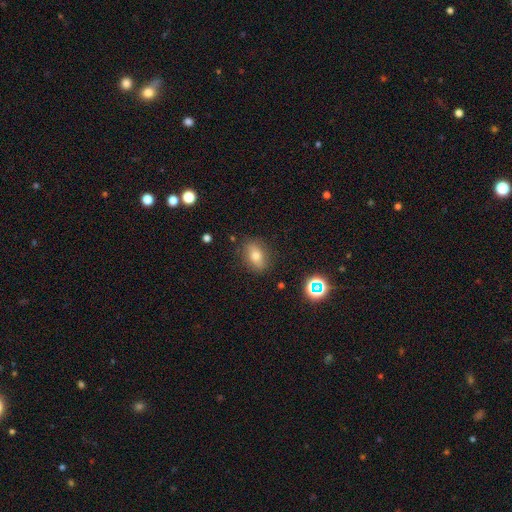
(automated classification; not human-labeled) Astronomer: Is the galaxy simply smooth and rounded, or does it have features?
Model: smooth — 69%.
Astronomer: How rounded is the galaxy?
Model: in between — 75%.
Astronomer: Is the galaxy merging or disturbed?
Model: none — 84%.